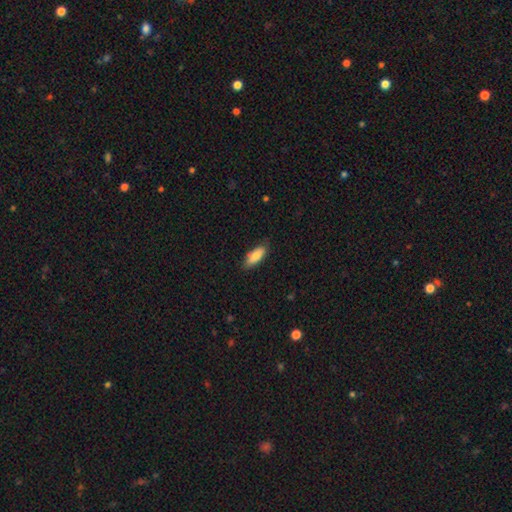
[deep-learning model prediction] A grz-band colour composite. It shows a smooth galaxy with no disk features (81%) that is in between round and cigar-shaped (75%). Merging: none (76%).